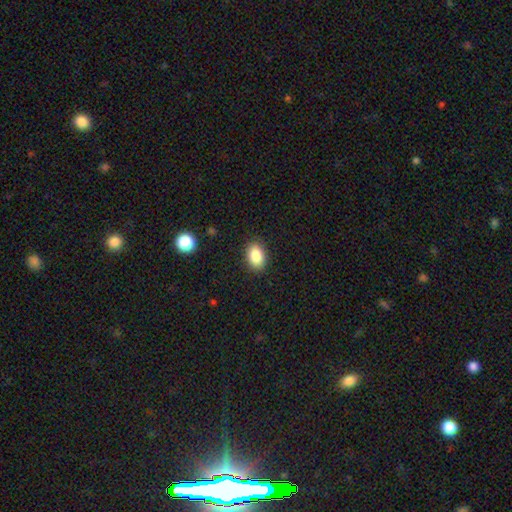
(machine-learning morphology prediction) Overall: smooth (87%). How rounded: in between (85%). Merging: none (88%).